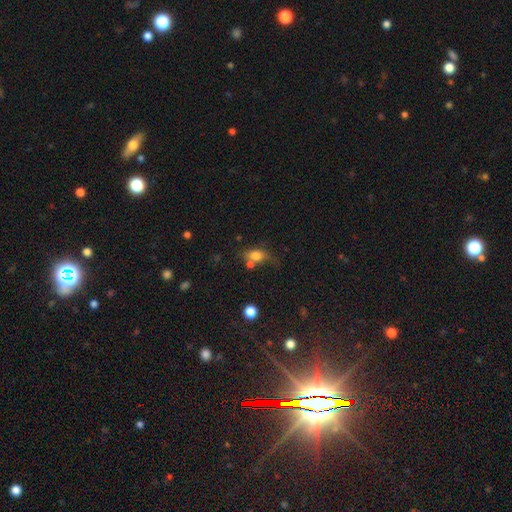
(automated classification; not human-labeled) This is likely a smooth galaxy (76%). How rounded: likely in between (75%). Merging: possibly none (47%).